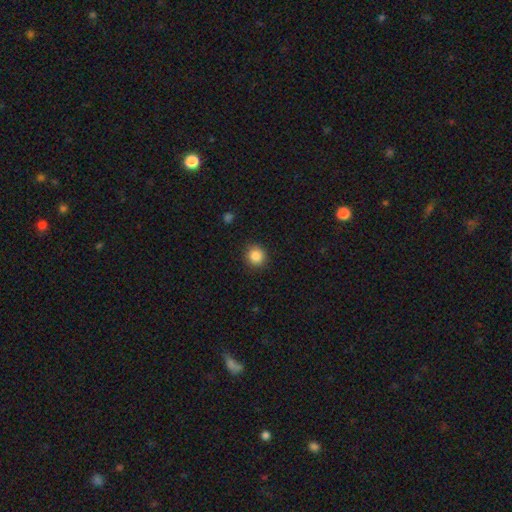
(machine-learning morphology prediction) A smooth galaxy with no disk features (86%) that is round (92%).

Vote fractions:
- Smooth or featured? smooth: 86% / star or artifact: 10% / featured or disk: 4%
- How rounded? round: 92% / in between: 7% / cigar-shaped: 1%
- Merging? none: 90% / minor disturbance: 7% / major disturbance: 2% / merger: 1%